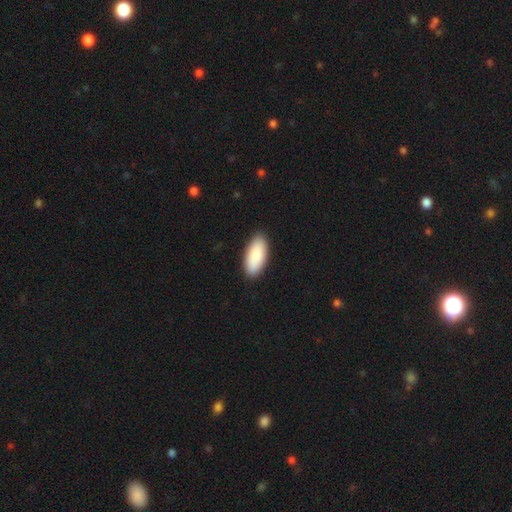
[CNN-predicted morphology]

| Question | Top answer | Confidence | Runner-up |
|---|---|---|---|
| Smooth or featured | smooth | 88% | featured or disk (6%) |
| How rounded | in between | 91% | cigar-shaped (7%) |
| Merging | none | 90% | minor disturbance (8%) |